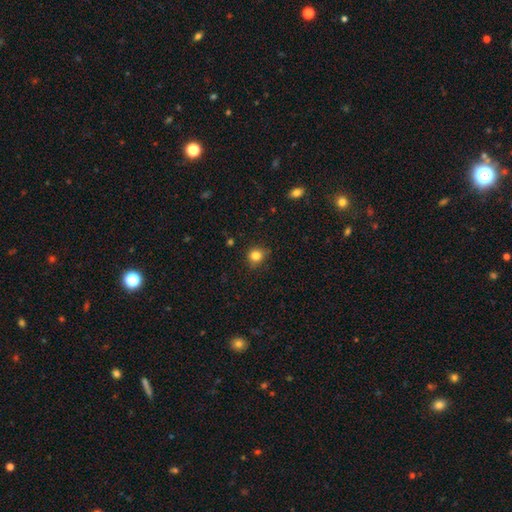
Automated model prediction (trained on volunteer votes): Overall: smooth (83%). How rounded: round (80%). Merging: none (78%).